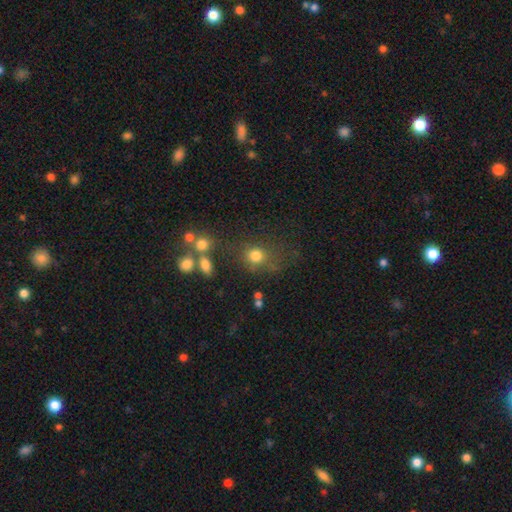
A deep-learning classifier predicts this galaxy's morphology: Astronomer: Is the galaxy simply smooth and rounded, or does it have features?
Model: smooth — 75%.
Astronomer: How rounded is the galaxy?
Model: round — 79%.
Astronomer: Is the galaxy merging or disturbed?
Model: none — 58%.